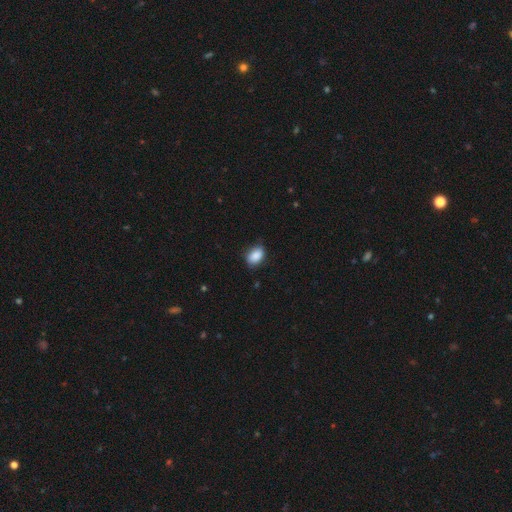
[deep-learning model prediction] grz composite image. It shows a smooth galaxy with no disk features (89%) that is in between round and cigar-shaped (84%). Merging: none (79%).